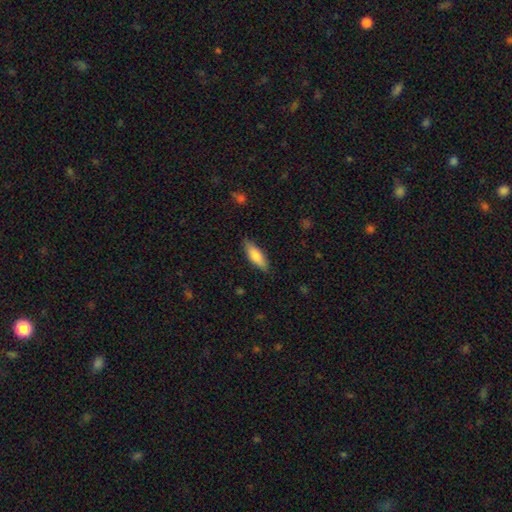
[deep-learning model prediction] Q: Smooth or featured?
A: smooth (78%); runner-up: featured or disk (16%)
Q: How rounded?
A: in between (56%); runner-up: cigar-shaped (42%)
Q: Merging?
A: none (85%); runner-up: minor disturbance (11%)